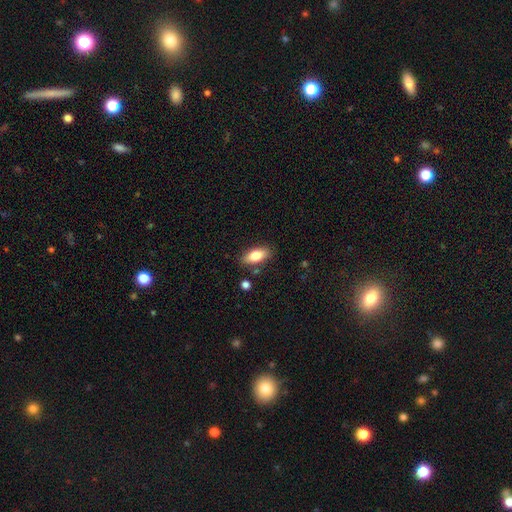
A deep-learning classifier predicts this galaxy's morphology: The model was most divided on "smooth or featured": smooth: 79%, featured or disk: 14%, star or artifact: 7%. More confident: how rounded — in between (84%); merging — none (82%).